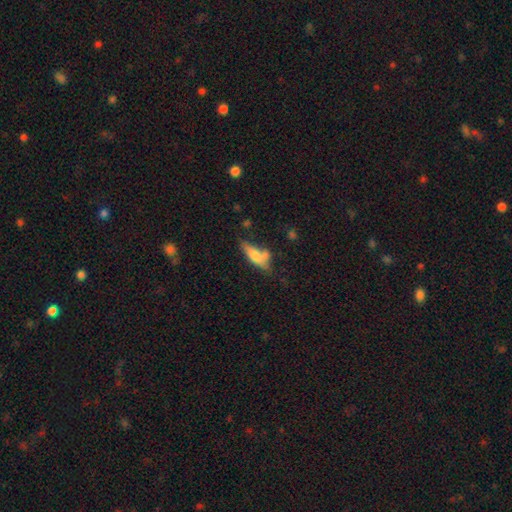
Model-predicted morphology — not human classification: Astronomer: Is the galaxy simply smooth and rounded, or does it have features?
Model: smooth — 62%.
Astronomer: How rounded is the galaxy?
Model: in between — 50% (runner-up: cigar-shaped, 47%).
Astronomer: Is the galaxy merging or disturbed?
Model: none — 47% (runner-up: minor disturbance, 23%).